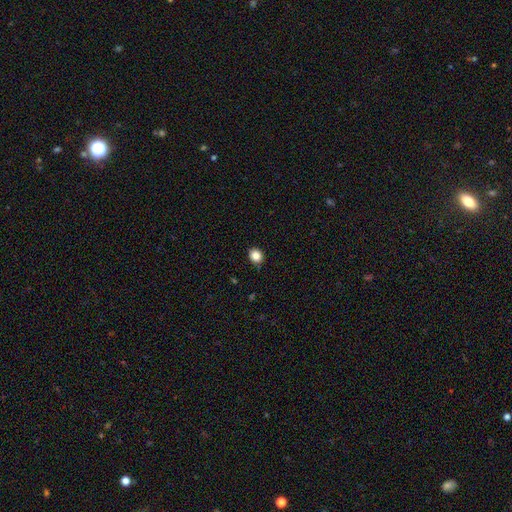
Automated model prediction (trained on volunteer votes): Q: Smooth or featured?
A: smooth (85%); runner-up: star or artifact (11%)
Q: How rounded?
A: round (71%); runner-up: in between (28%)
Q: Merging?
A: none (89%); runner-up: minor disturbance (8%)